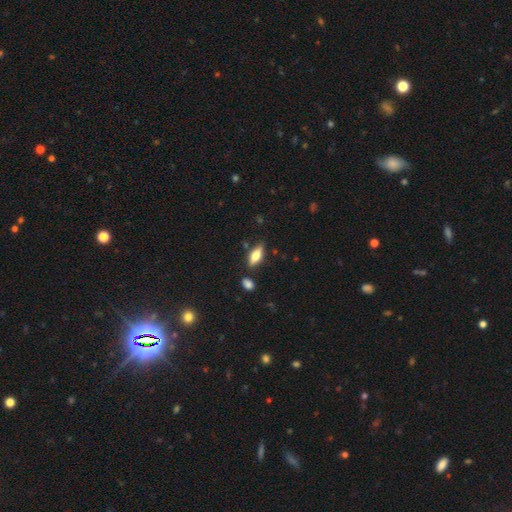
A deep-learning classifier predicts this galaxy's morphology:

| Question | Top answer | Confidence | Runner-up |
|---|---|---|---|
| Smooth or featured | smooth | 64% | featured or disk (29%) |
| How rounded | in between | 69% | cigar-shaped (29%) |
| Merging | none | 80% | minor disturbance (13%) |